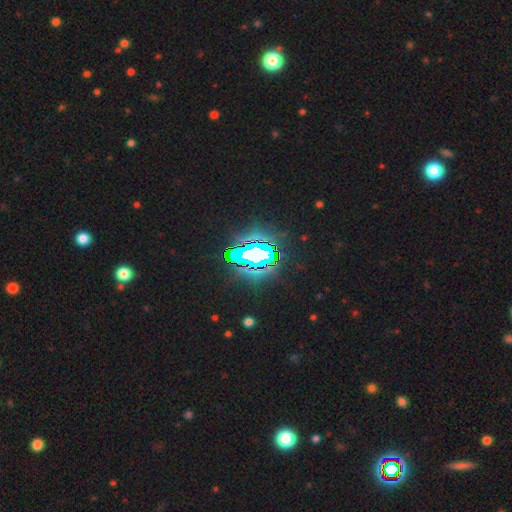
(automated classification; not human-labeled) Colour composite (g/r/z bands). It shows a star or artifact, not a galaxy (76%).